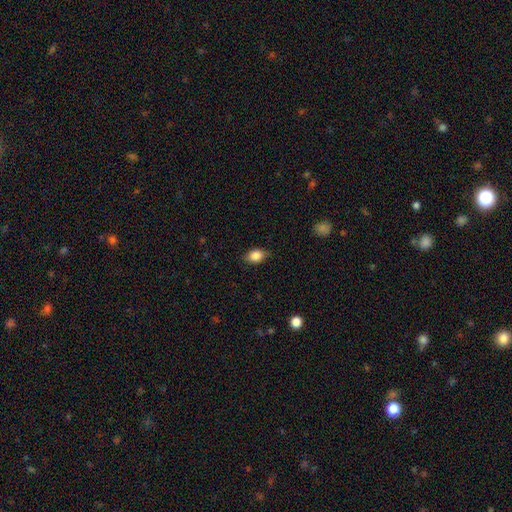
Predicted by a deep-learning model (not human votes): The model was most divided on "how rounded": in between: 76%, round: 23%, cigar-shaped: 2%. More confident: smooth or featured — smooth (85%); merging — none (78%).